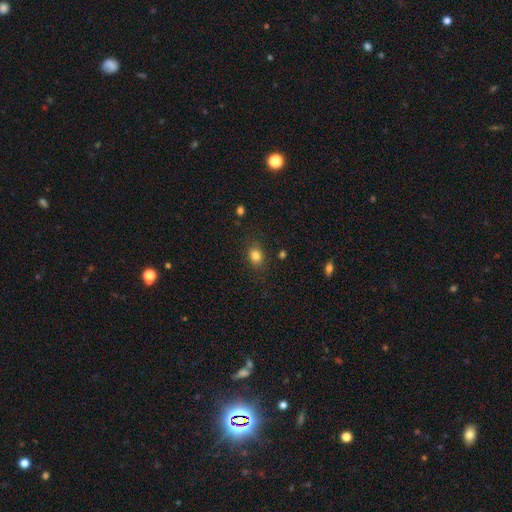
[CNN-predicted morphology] Smooth or featured: smooth — 82% (star or artifact — 12%)
How rounded: in between — 50% (round — 49%)
Merging: none — 84% (minor disturbance — 11%)